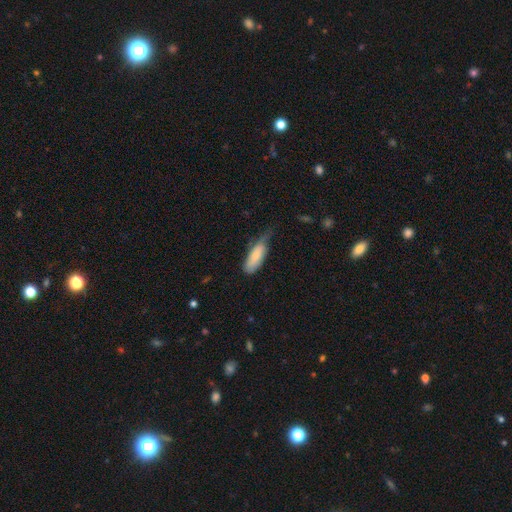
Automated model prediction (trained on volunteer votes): smooth_or_featured: smooth (p=0.79) [alt: featured or disk p=0.15]
how_rounded: in between (p=0.66) [alt: cigar-shaped p=0.32]
merging: minor disturbance (p=0.49) [alt: none p=0.31]